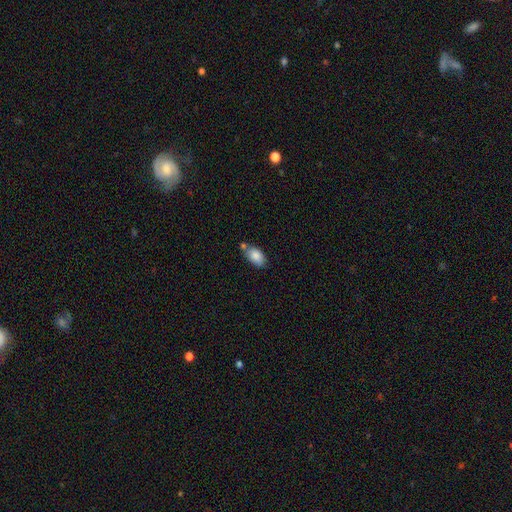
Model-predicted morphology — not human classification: This appears to be a smooth galaxy with no disk features (85%) that is in between round and cigar-shaped (92%). Merging: none (56%).